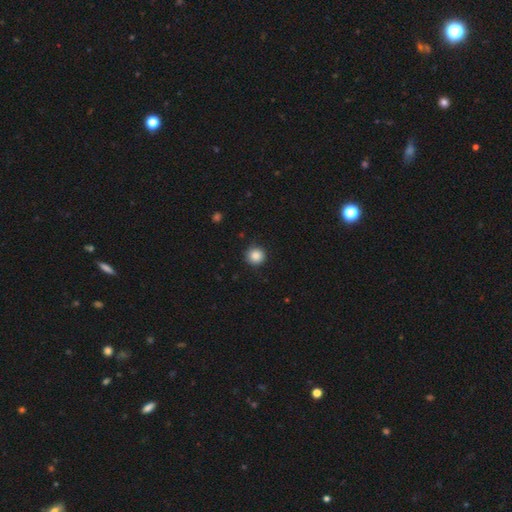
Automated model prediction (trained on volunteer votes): Smooth or featured?
  - smooth: 87% *
  - star or artifact: 10%
  - featured or disk: 3%
How rounded?
  - round: 95% *
  - in between: 4%
  - cigar-shaped: 1%
Merging?
  - none: 89% *
  - minor disturbance: 8%
  - major disturbance: 2%
  - merger: 1%